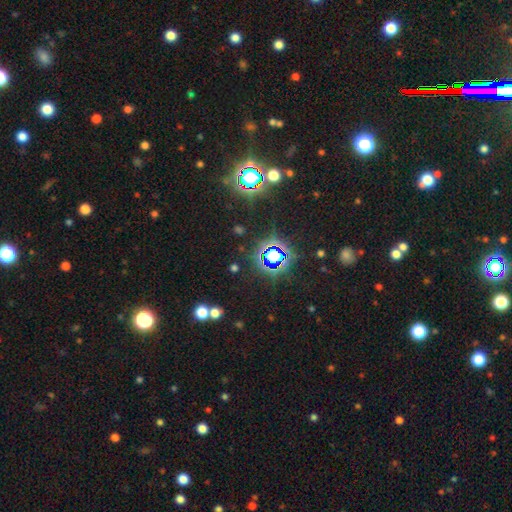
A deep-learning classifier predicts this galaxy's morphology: This is likely a star or artifact rather than a galaxy (79%).